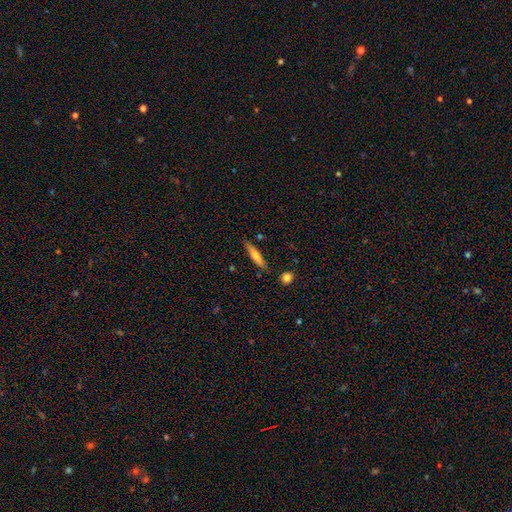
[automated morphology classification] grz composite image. It shows a smooth galaxy with no disk features (60%) that is cigar-shaped (84%). Merging: none (82%).